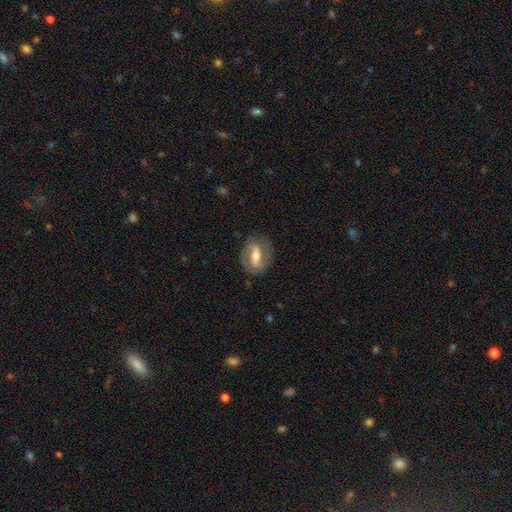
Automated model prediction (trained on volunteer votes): This is likely a featured or disk galaxy (70%). It is clearly not viewed edge-on (92%). Bar: possibly strong (50%). Spiral arm pattern: likely yes (79%). Spiral arm count: clearly 2 (83%). Spiral winding: marginally medium (44%). Central bulge: likely moderate (65%). Merging: likely none (78%).